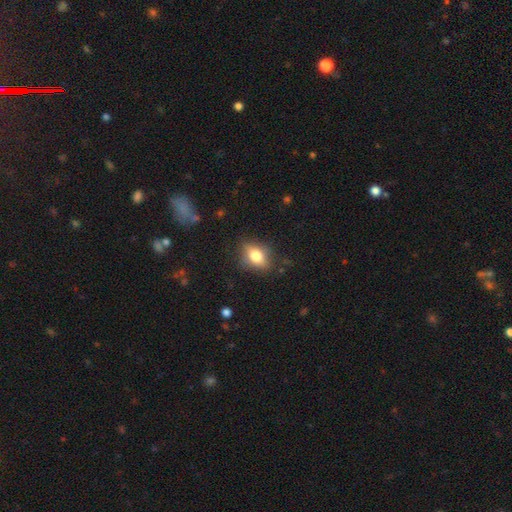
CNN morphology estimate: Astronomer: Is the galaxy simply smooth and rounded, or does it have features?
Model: smooth — 74%.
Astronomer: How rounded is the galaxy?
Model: in between — 72%.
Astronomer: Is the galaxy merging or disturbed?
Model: none — 77%.